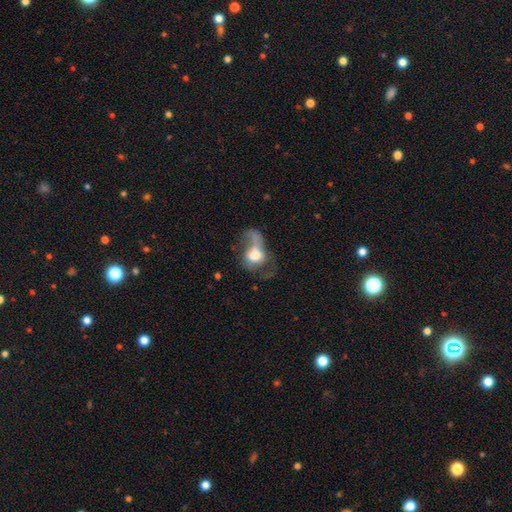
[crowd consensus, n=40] Smooth or featured? smooth (62%)
How rounded? in between (56%)
Merging? major disturbance (66%)